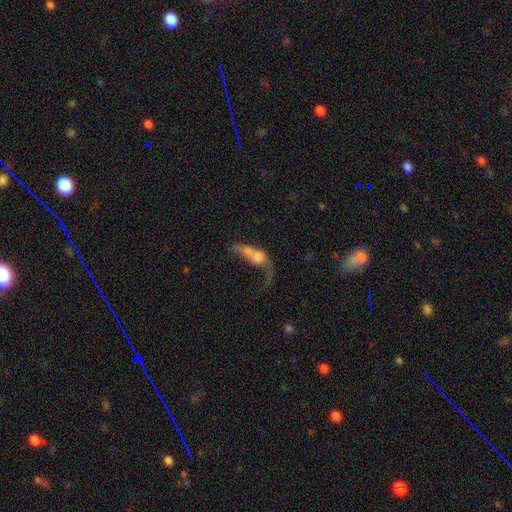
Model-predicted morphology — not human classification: Smooth or featured? smooth (49%)
Merging? merger (53%)